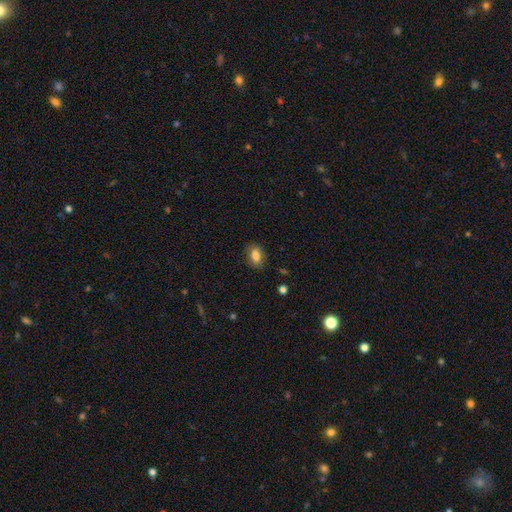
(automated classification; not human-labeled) A smooth galaxy with no disk features (80%) that is in between round and cigar-shaped (83%). Merging: none (81%).